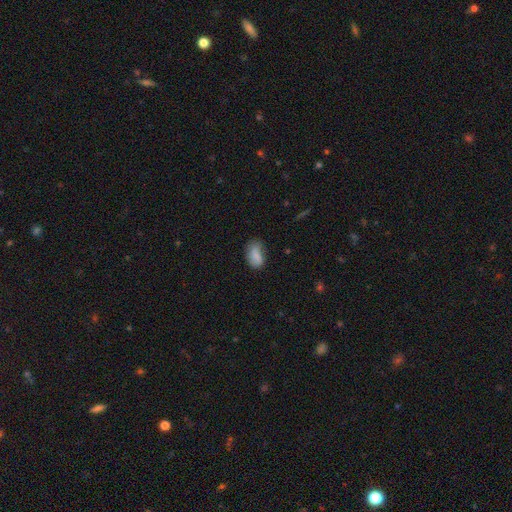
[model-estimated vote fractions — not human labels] A smooth galaxy with no disk features (80%) that is in between round and cigar-shaped (90%).

Vote fractions:
- Smooth or featured? smooth: 80% / featured or disk: 11% / star or artifact: 9%
- How rounded? in between: 90% / round: 8% / cigar-shaped: 2%
- Merging? none: 52% / minor disturbance: 34% / major disturbance: 11% / merger: 3%